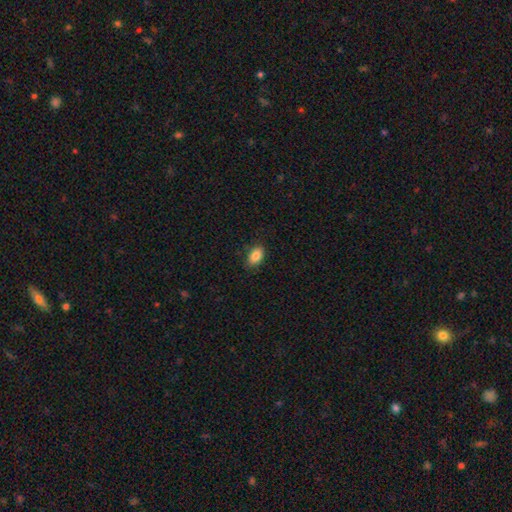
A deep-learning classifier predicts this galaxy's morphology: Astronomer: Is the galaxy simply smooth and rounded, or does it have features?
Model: smooth — 85%.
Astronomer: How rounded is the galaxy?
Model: in between — 90%.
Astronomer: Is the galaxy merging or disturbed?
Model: none — 85%.